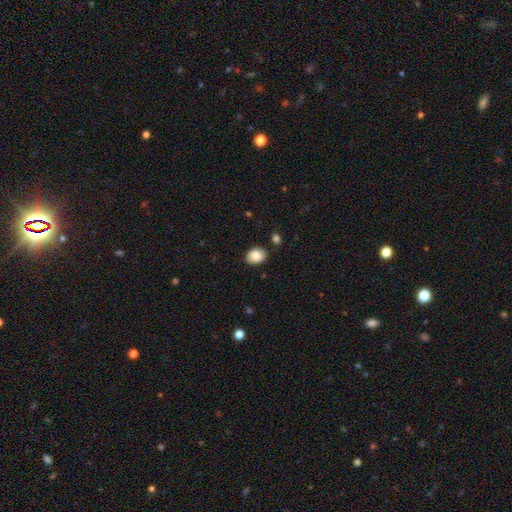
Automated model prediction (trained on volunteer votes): smooth_or_featured: smooth (p=0.87) [alt: star or artifact p=0.07]
how_rounded: in between (p=0.73) [alt: round p=0.26]
merging: none (p=0.85) [alt: minor disturbance p=0.10]